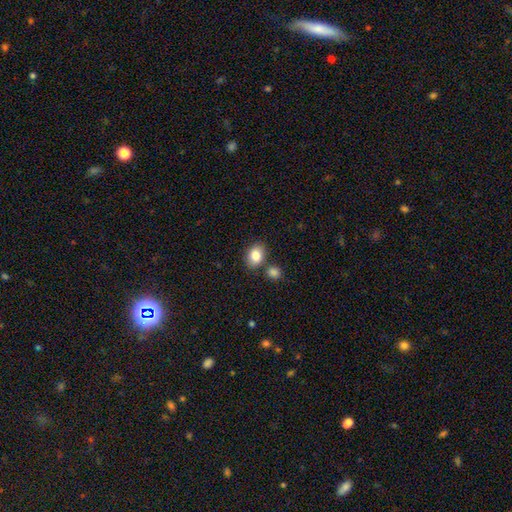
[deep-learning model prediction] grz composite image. It shows a smooth galaxy with no disk features (84%) that is in between round and cigar-shaped (67%). Merging: none (73%).